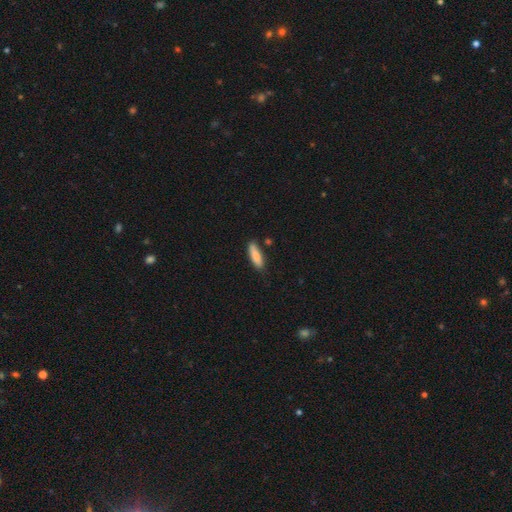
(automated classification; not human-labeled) smooth 85%, featured or disk 9%, star or artifact 6%. Down the decision tree: how rounded — cigar-shaped (56%); merging — none (74%).